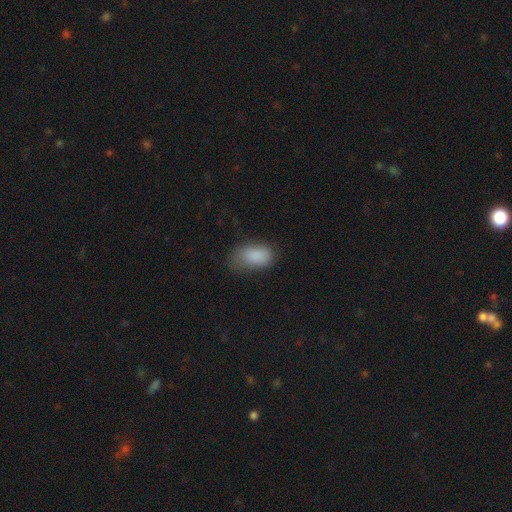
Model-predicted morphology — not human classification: A smooth galaxy with no disk features (86%) that is in between round and cigar-shaped (92%).

Vote fractions:
- Smooth or featured? smooth: 86% / star or artifact: 8% / featured or disk: 7%
- How rounded? in between: 92% / round: 6% / cigar-shaped: 2%
- Merging? none: 52% / minor disturbance: 32% / major disturbance: 13% / merger: 2%